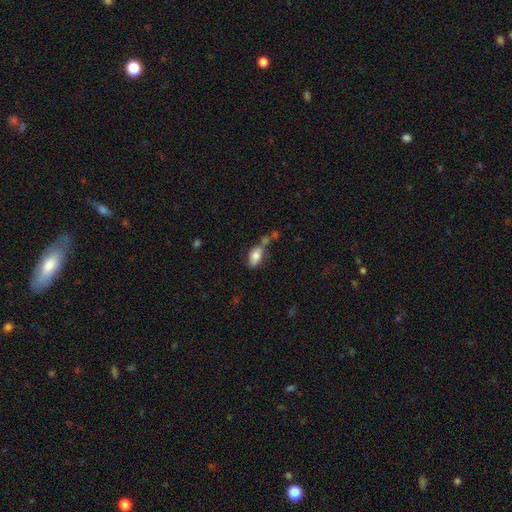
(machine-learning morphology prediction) Smooth or featured? Predicted: smooth (p=0.76). How rounded? Predicted: in between (p=0.89). Merging? Predicted: none (p=0.48).